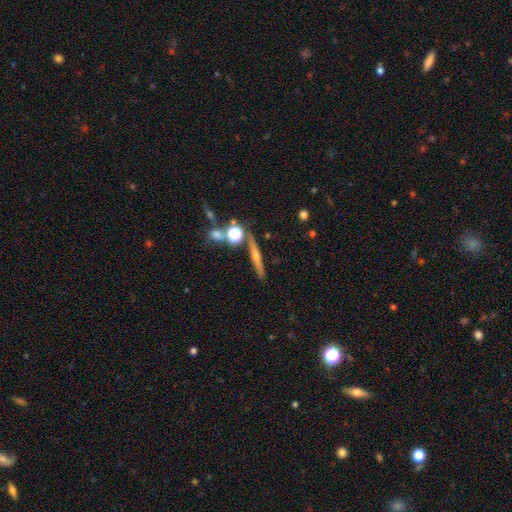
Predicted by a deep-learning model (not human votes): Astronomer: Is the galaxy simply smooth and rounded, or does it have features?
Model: featured or disk — 60%.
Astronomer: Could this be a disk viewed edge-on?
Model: yes — 94%.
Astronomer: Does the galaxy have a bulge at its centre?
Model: rounded — 80%.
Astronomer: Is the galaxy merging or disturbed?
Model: none — 81%.